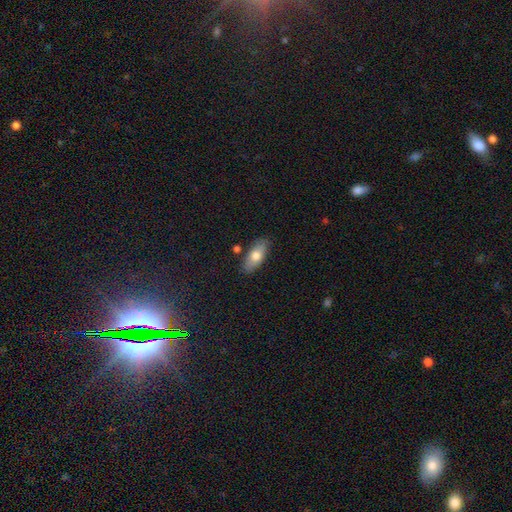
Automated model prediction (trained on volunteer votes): smooth_or_featured: smooth (p=0.72) [alt: featured or disk p=0.22]
how_rounded: in between (p=0.84) [alt: cigar-shaped p=0.13]
merging: none (p=0.82) [alt: minor disturbance p=0.12]